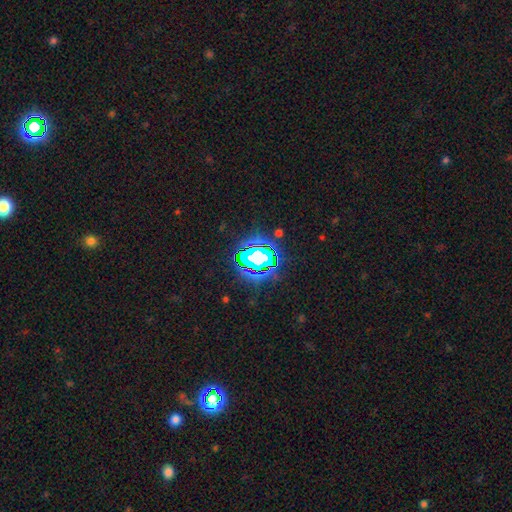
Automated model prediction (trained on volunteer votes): Overall: star or artifact (68%).